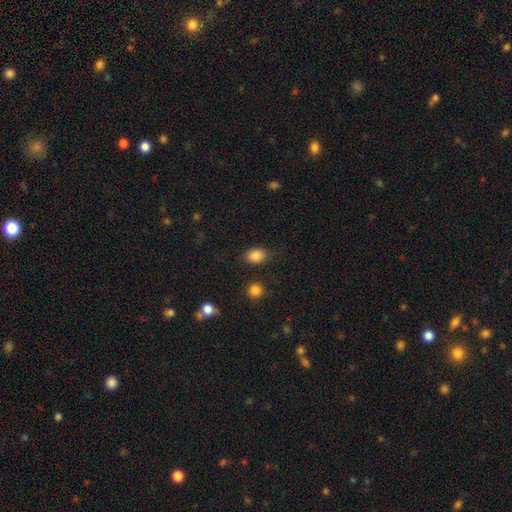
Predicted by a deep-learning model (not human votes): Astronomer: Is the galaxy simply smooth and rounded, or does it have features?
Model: smooth — 85%.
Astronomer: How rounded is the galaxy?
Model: in between — 67%.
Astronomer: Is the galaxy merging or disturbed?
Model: none — 79%.